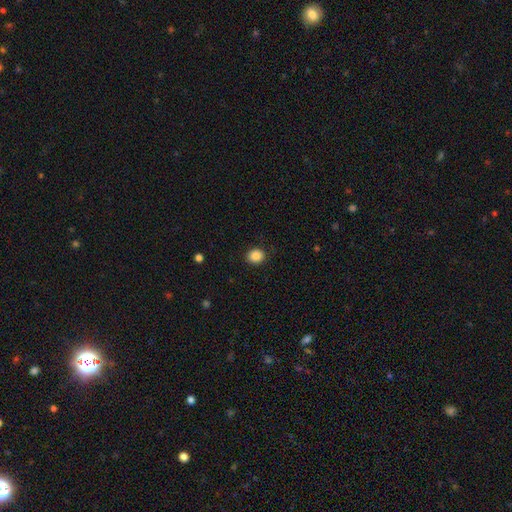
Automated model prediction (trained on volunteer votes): A smooth galaxy with no disk features (87%) that is round (73%).

Vote fractions:
- Smooth or featured? smooth: 87% / star or artifact: 9% / featured or disk: 4%
- How rounded? round: 73% / in between: 26% / cigar-shaped: 1%
- Merging? none: 89% / minor disturbance: 8% / major disturbance: 2% / merger: 1%